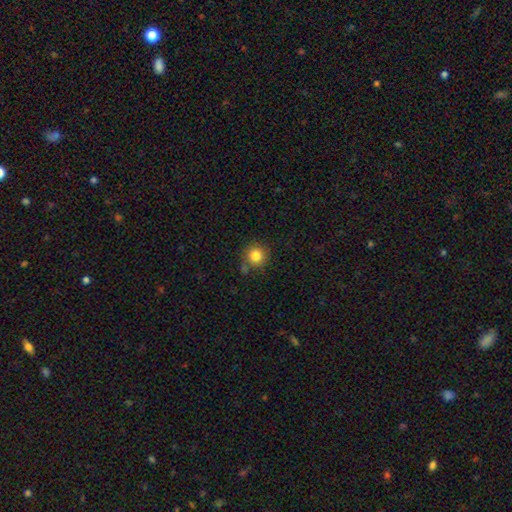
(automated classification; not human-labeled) A smooth galaxy with no disk features (83%) that is round (93%). Merging: none (77%).